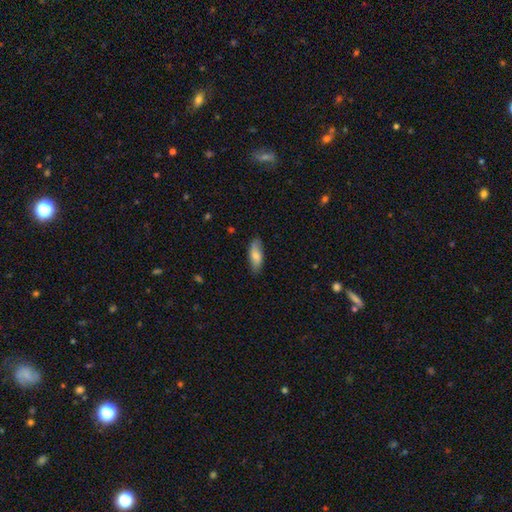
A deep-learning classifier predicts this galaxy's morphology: Smooth or featured? Predicted: smooth (p=0.75). How rounded? Predicted: in between (p=0.74). Merging? Predicted: none (p=0.80).